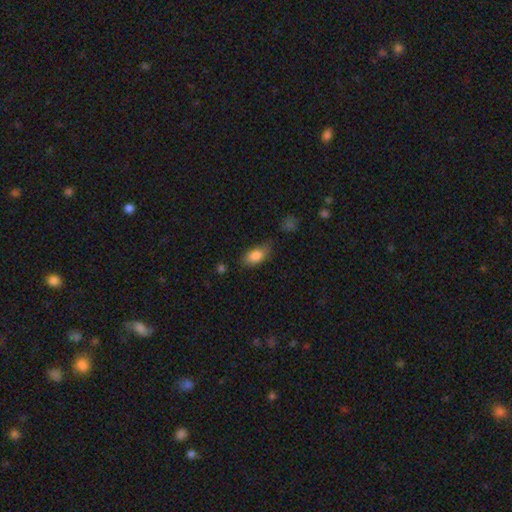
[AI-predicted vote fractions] smooth 83%, featured or disk 9%, star or artifact 8%. Down the decision tree: how rounded — in between (89%); merging — none (58%).